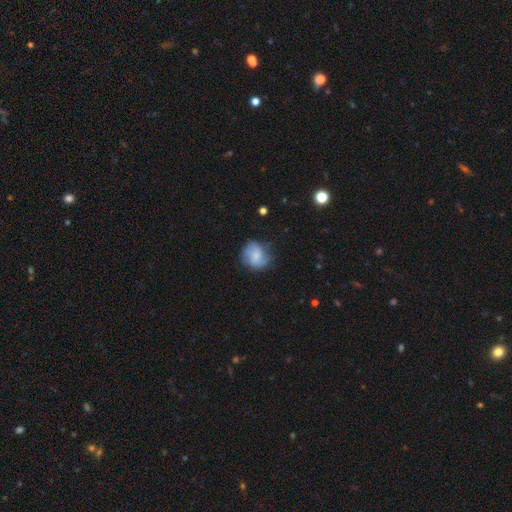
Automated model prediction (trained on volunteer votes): Smooth or featured?
  - smooth: 62% *
  - featured or disk: 30%
  - star or artifact: 8%
How rounded?
  - round: 69% *
  - in between: 30%
  - cigar-shaped: 1%
Merging?
  - none: 60% *
  - minor disturbance: 27%
  - major disturbance: 11%
  - merger: 2%